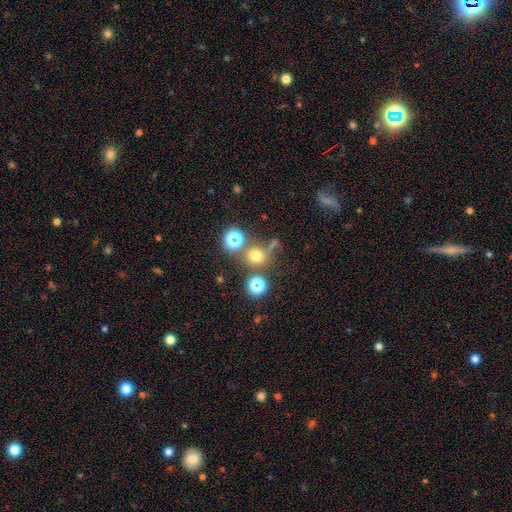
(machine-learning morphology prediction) Overall: smooth (60%; star or artifact 30%). How rounded: round (89%). Merging: none (69%).